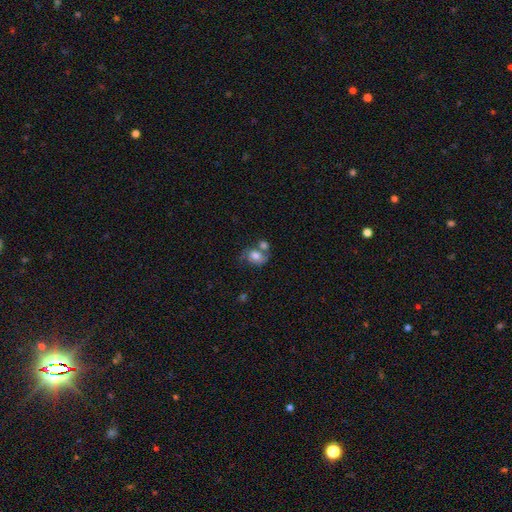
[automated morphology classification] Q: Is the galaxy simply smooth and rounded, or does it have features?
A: smooth — 64%.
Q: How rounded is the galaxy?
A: in between — 58%.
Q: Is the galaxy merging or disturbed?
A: merger — 38%.